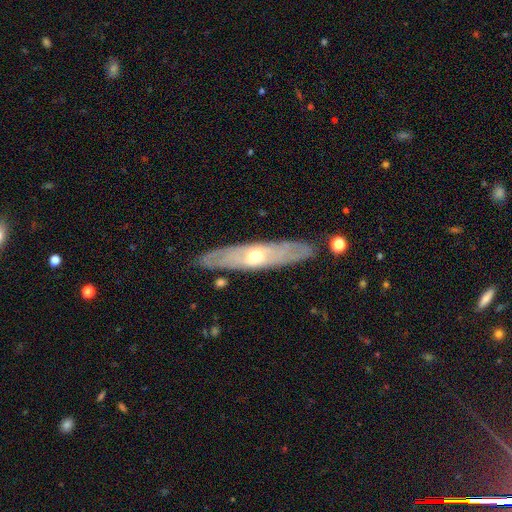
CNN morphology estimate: A featured or disk galaxy (67%).

Vote fractions:
- Smooth or featured? featured or disk: 67% / smooth: 28% / star or artifact: 5%
- Edge-on disk? no: 51% / yes: 49%
- Merging? none: 84% / minor disturbance: 11% / major disturbance: 3% / merger: 2%